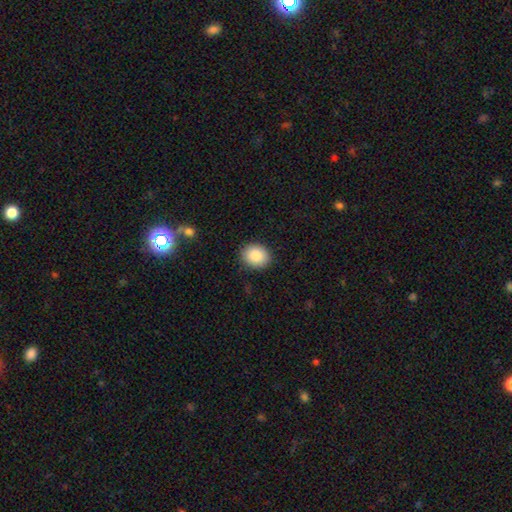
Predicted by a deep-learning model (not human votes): This is clearly a smooth galaxy (86%). How rounded: possibly round (58%). Merging: clearly none (89%).